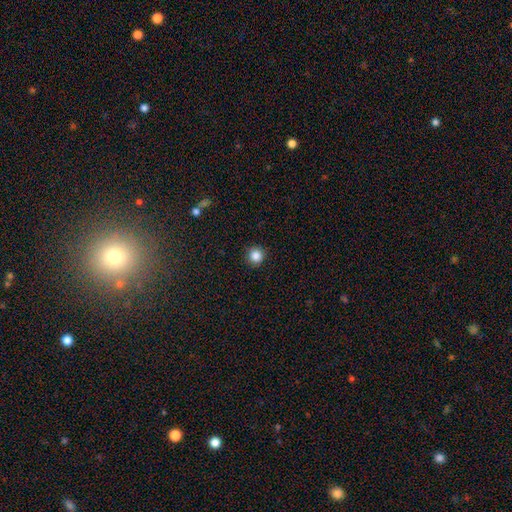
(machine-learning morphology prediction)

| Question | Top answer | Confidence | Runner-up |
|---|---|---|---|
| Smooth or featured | smooth | 86% | star or artifact (11%) |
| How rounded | round | 95% | in between (4%) |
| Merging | none | 92% | minor disturbance (6%) |